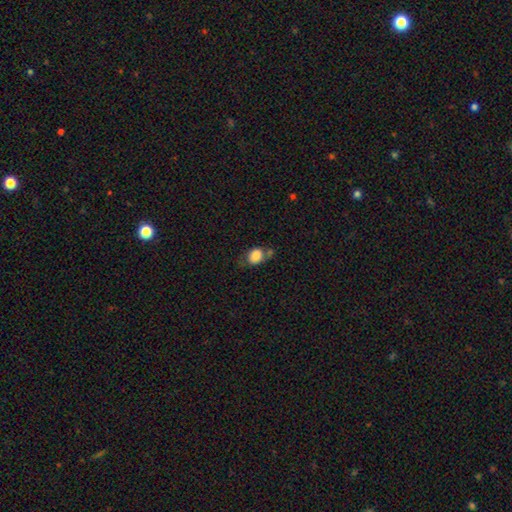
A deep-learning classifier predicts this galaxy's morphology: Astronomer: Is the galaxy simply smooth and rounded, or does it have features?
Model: smooth — 83%.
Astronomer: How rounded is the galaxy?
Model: in between — 65%.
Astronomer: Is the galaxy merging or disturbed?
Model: none — 45% (runner-up: minor disturbance, 26%).